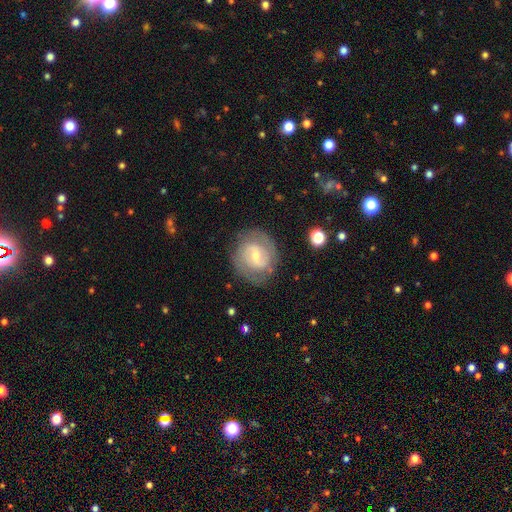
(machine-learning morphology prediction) featured or disk 76%, smooth 18%, star or artifact 6%. Down the decision tree: edge-on disk — no (97%); bar — weak (54%); spiral arms — yes (90%); spiral arm count — 2 (77%); spiral winding — tight (48%); bulge size — small (58%); merging — none (80%).